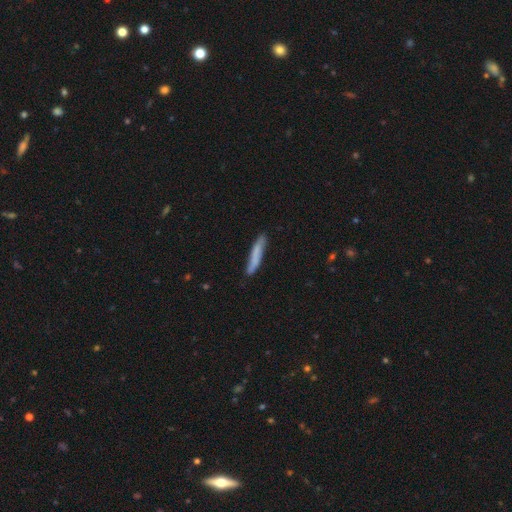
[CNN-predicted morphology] Smooth or featured? smooth (71%)
How rounded? cigar-shaped (93%)
Merging? none (80%)